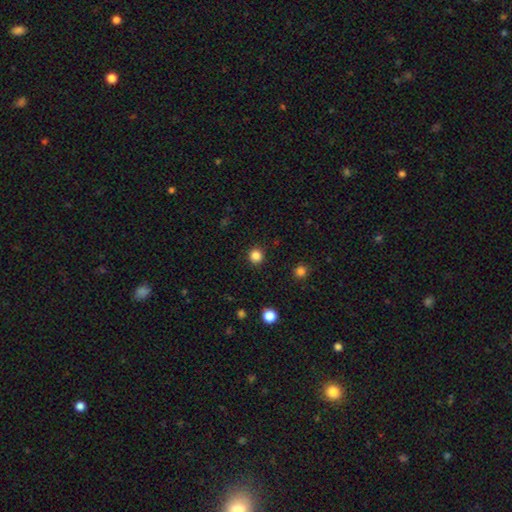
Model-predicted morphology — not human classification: This is clearly a smooth galaxy (84%). How rounded: clearly round (94%). Merging: clearly none (92%).